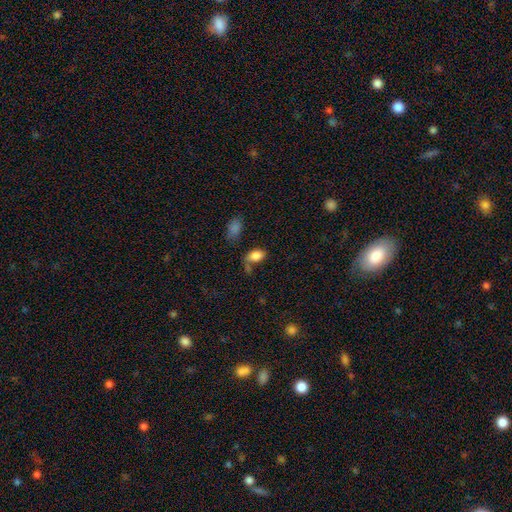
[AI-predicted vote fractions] This is clearly a smooth galaxy (82%). How rounded: clearly in between (90%). Merging: possibly none (46%).